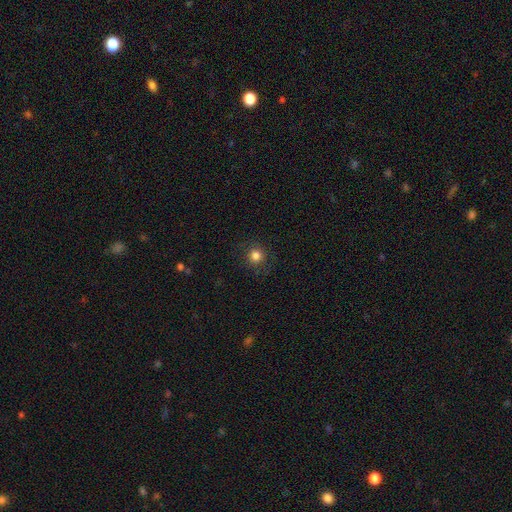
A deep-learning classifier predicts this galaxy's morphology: Overall: smooth (82%). How rounded: round (93%). Merging: none (88%).